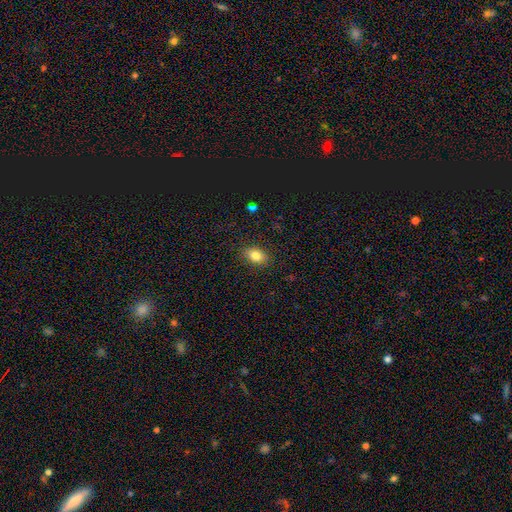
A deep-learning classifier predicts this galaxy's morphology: smooth_or_featured: smooth (p=0.83) [alt: star or artifact p=0.09]
how_rounded: in between (p=0.81) [alt: round p=0.18]
merging: none (p=0.88) [alt: minor disturbance p=0.09]